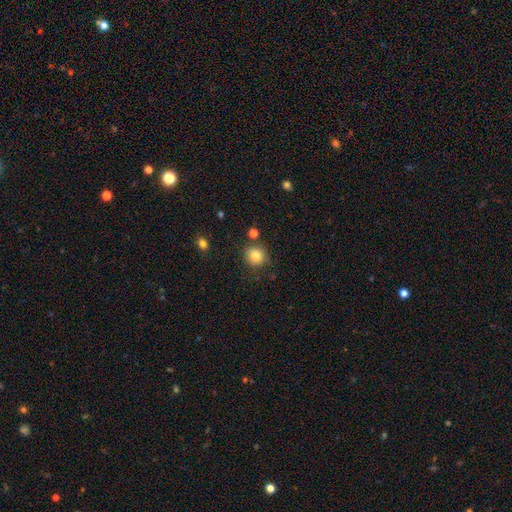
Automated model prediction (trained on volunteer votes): Smooth or featured?
  - smooth: 81% *
  - star or artifact: 11%
  - featured or disk: 7%
How rounded?
  - round: 91% *
  - in between: 8%
  - cigar-shaped: 1%
Merging?
  - none: 83% *
  - minor disturbance: 9%
  - merger: 5%
  - major disturbance: 3%